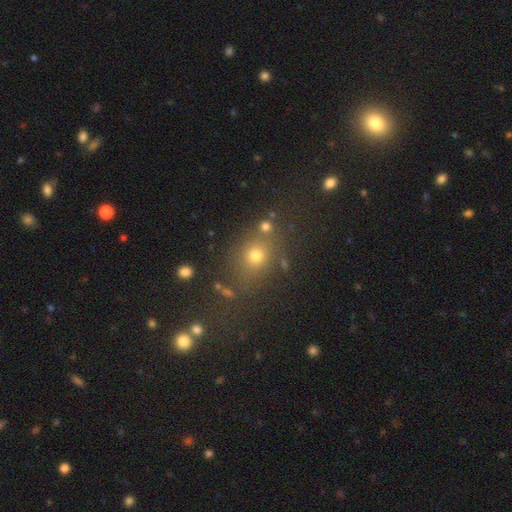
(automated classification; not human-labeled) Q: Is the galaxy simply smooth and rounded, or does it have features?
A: smooth — 66%.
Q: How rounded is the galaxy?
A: round — 70%.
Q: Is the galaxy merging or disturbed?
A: none — 76%.